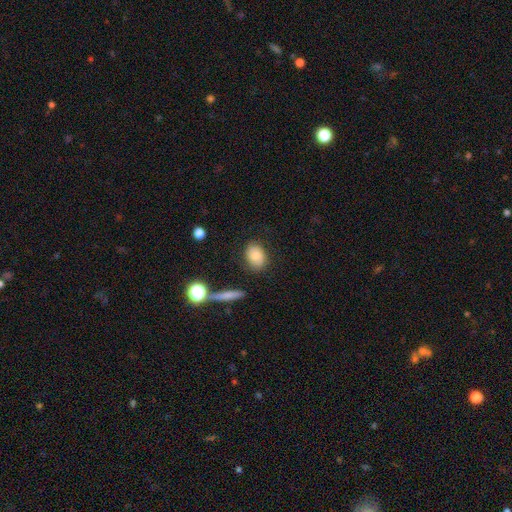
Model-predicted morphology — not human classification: Smooth or featured? smooth (82%)
How rounded? in between (74%)
Merging? none (80%)